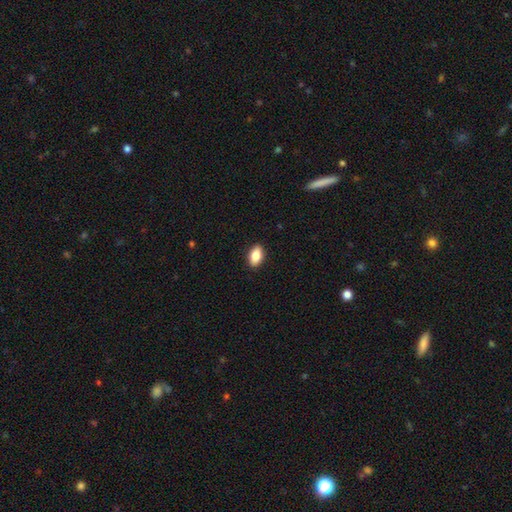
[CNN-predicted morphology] Smooth or featured?
  - smooth: 83% *
  - featured or disk: 10%
  - star or artifact: 7%
How rounded?
  - in between: 91% *
  - round: 6%
  - cigar-shaped: 3%
Merging?
  - none: 90% *
  - minor disturbance: 7%
  - major disturbance: 2%
  - merger: 1%